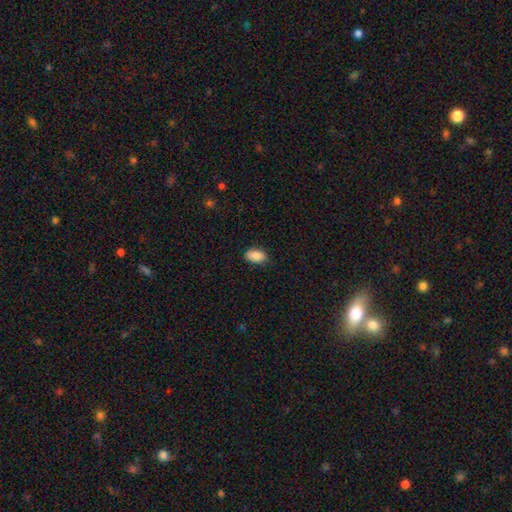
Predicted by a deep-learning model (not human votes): Morphology: type=smooth (89%); roundness=in between (92%); merging=none (83%).